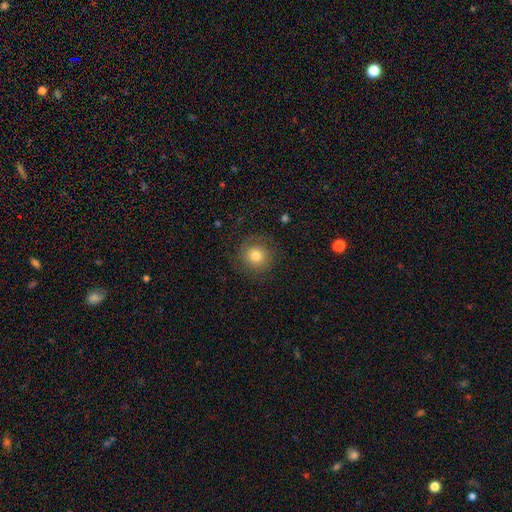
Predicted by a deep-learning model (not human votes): smooth-or-featured: smooth: 76% | featured or disk: 13% | star or artifact: 11%
  how-rounded: round: 92% | in between: 7% | cigar-shaped: 1%
  merging: none: 82% | minor disturbance: 11% | major disturbance: 6% | merger: 1%